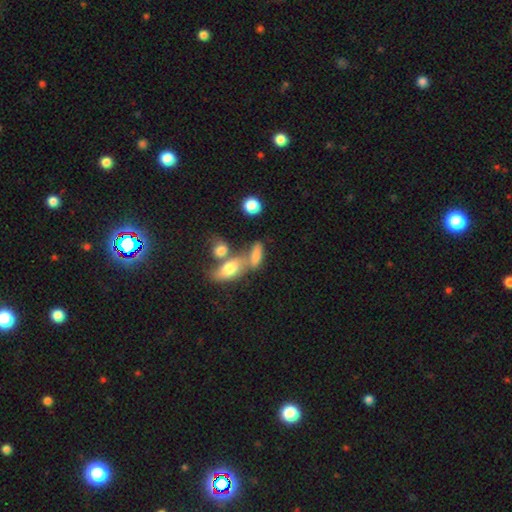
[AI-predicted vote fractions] The model was most divided on "merging": merger: 47%, none: 32%, minor disturbance: 12%, major disturbance: 9%. More confident: smooth or featured — smooth (72%); how rounded — in between (65%).